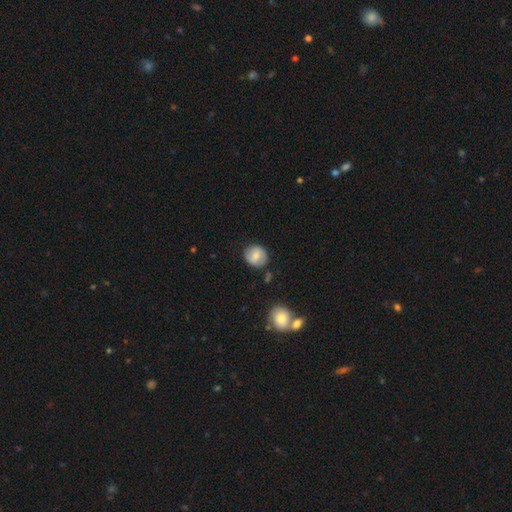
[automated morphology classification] smooth-or-featured: smooth: 70% | featured or disk: 23% | star or artifact: 7%
  how-rounded: round: 82% | in between: 17% | cigar-shaped: 1%
  merging: none: 80% | minor disturbance: 13% | major disturbance: 3% | merger: 3%